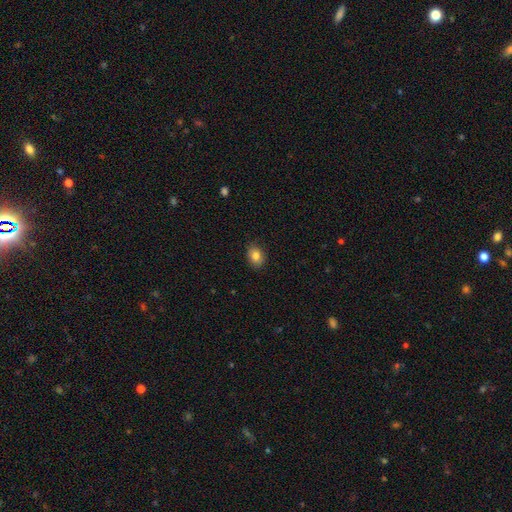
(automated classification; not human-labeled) Q: Smooth or featured?
A: smooth (82%); runner-up: star or artifact (9%)
Q: How rounded?
A: in between (62%); runner-up: round (37%)
Q: Merging?
A: none (86%); runner-up: minor disturbance (11%)